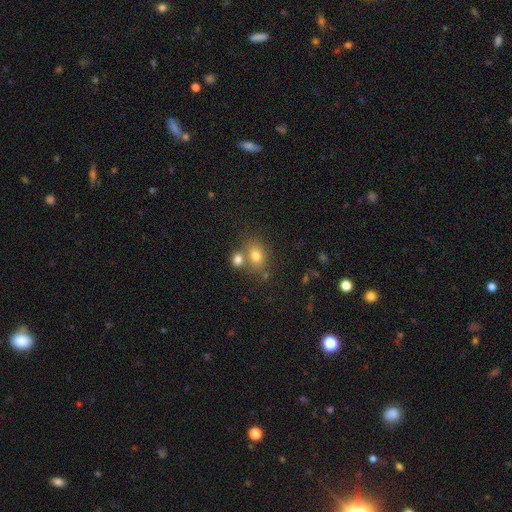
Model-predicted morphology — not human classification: smooth 76%, star or artifact 13%, featured or disk 12%. Down the decision tree: how rounded — in between (52%); merging — none (52%).